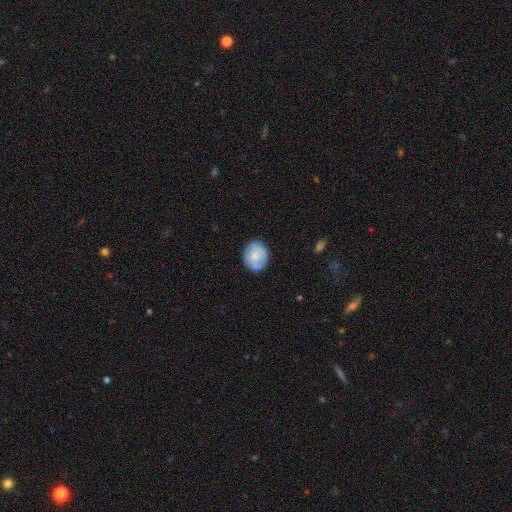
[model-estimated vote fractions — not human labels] A smooth galaxy with no disk features (70%) that is round (58%).

Vote fractions:
- Smooth or featured? smooth: 70% / featured or disk: 23% / star or artifact: 7%
- How rounded? round: 58% / in between: 41% / cigar-shaped: 1%
- Merging? none: 75% / minor disturbance: 19% / major disturbance: 4% / merger: 3%